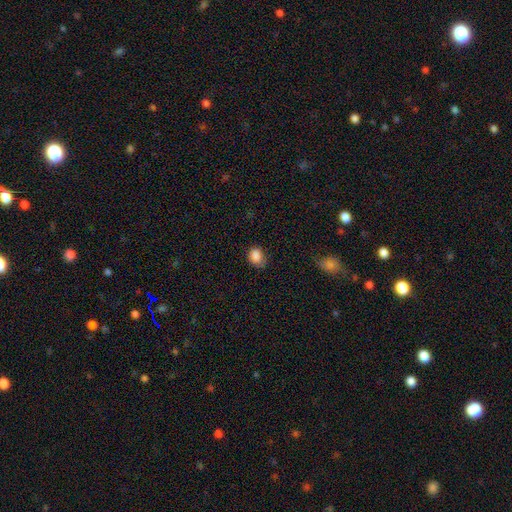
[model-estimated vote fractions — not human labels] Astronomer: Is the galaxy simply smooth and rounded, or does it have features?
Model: smooth — 86%.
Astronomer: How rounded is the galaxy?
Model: in between — 50% (runner-up: round, 49%).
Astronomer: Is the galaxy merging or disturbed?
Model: none — 69%.